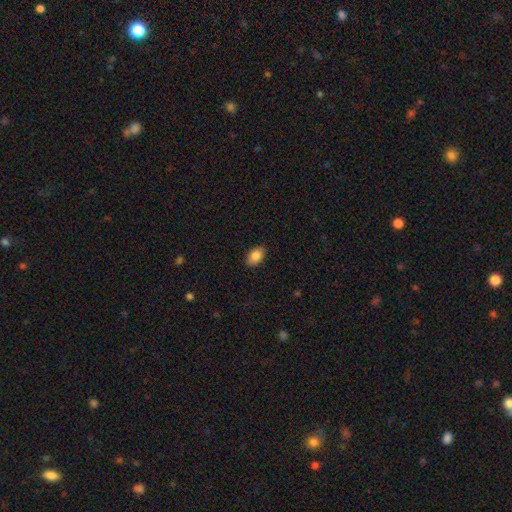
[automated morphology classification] Overall: smooth (86%). How rounded: in between (91%). Merging: none (88%).